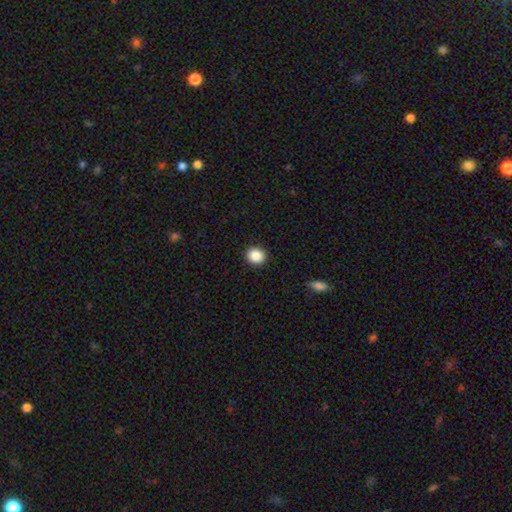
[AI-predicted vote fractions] Q: Smooth or featured?
A: smooth (88%); runner-up: star or artifact (9%)
Q: How rounded?
A: round (84%); runner-up: in between (16%)
Q: Merging?
A: none (92%); runner-up: minor disturbance (5%)